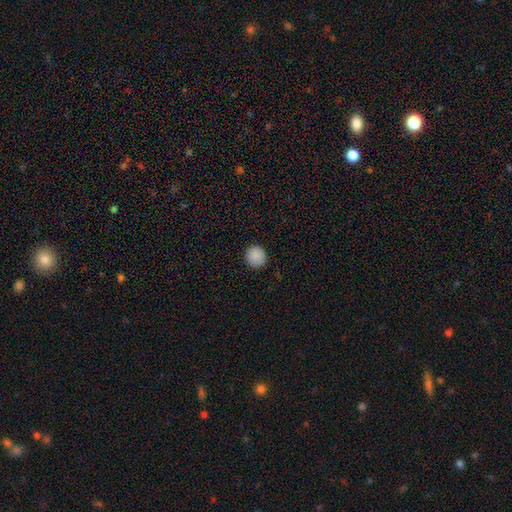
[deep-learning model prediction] Morphology: type=smooth (88%); roundness=round (94%); merging=none (92%).